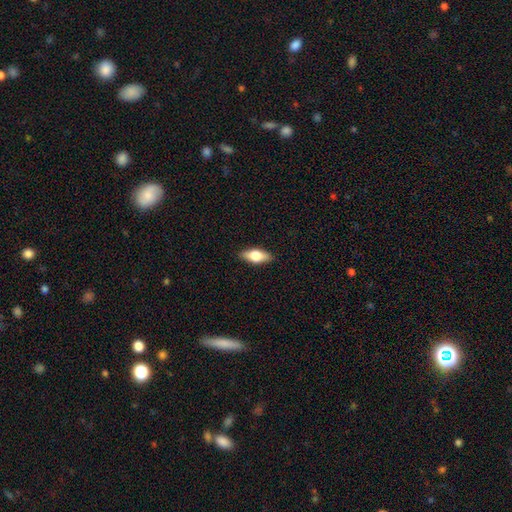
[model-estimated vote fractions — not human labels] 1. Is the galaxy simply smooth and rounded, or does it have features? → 62% smooth, 31% featured or disk, 7% star or artifact.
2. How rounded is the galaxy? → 78% in between, 18% cigar-shaped, 4% round.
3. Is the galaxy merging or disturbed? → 89% none, 9% minor disturbance, 2% major disturbance, 1% merger.